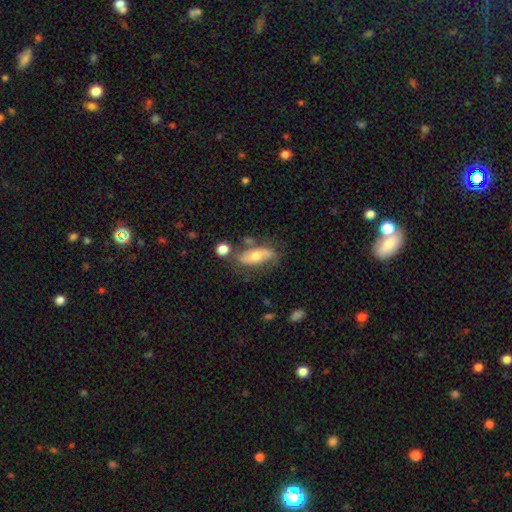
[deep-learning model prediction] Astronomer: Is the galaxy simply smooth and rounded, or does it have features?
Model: smooth — 49% (runner-up: featured or disk, 44%).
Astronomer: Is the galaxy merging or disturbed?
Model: none — 58%.